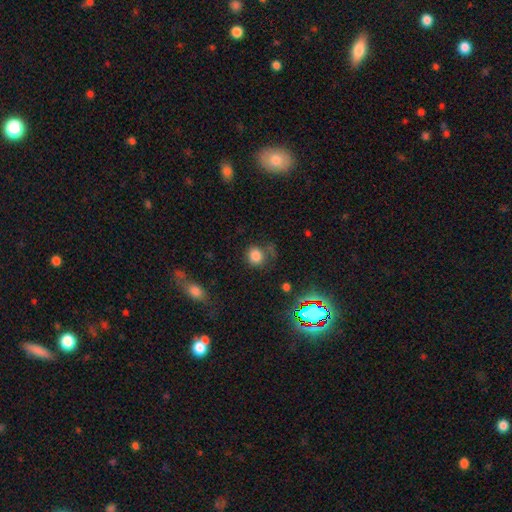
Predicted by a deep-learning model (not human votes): Smooth or featured? Predicted: smooth (p=0.80). How rounded? Predicted: round (p=0.82). Merging? Predicted: none (p=0.67).